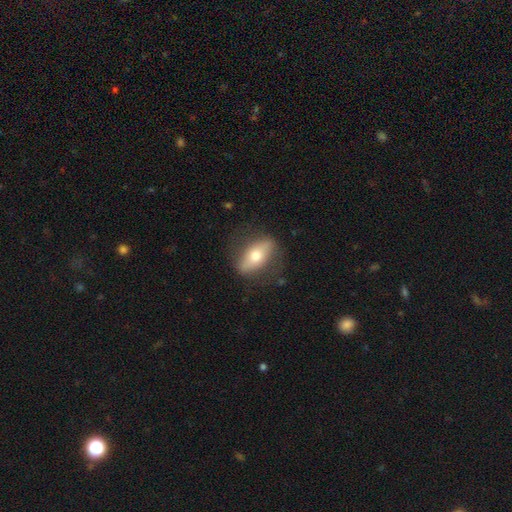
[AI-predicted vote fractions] Q: Smooth or featured?
A: smooth (49%); runner-up: featured or disk (44%)
Q: Merging?
A: none (78%); runner-up: minor disturbance (15%)